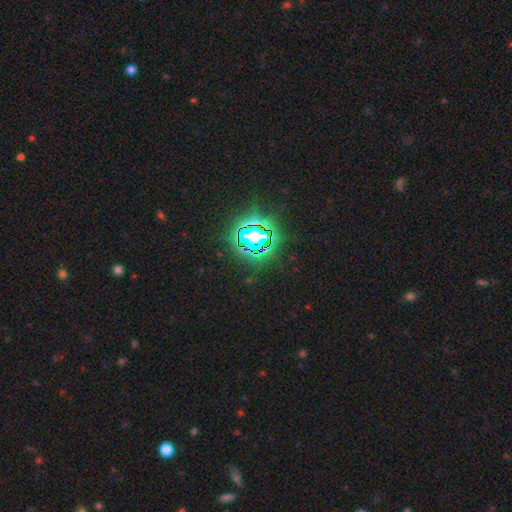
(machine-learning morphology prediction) This appears to be a star or artifact, not a galaxy (80%).